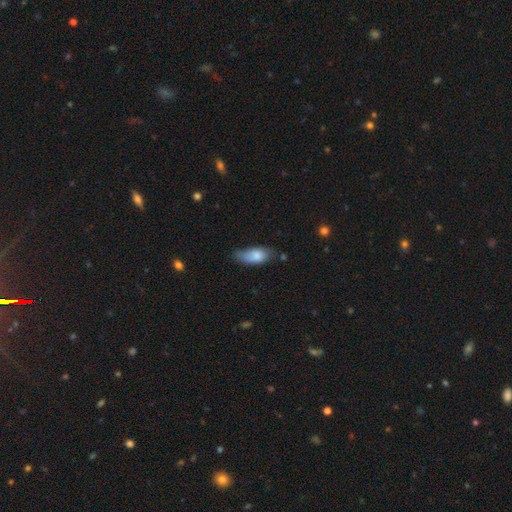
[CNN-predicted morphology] This is likely a smooth galaxy (78%). How rounded: clearly in between (82%). Merging: possibly none (48%).